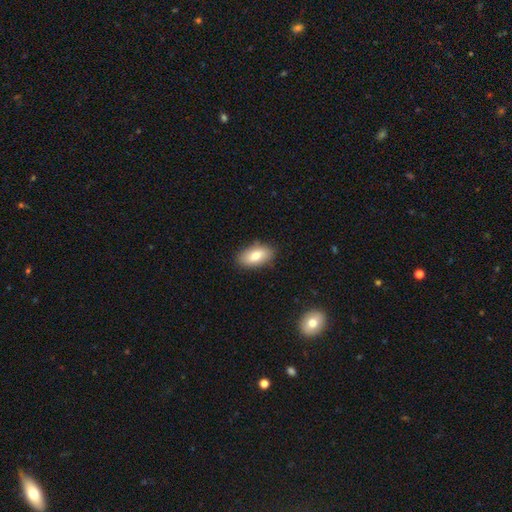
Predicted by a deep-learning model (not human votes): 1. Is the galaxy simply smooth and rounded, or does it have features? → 79% smooth, 14% featured or disk, 7% star or artifact.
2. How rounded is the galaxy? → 92% in between, 4% round, 4% cigar-shaped.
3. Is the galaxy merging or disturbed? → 85% none, 11% minor disturbance, 2% major disturbance, 1% merger.